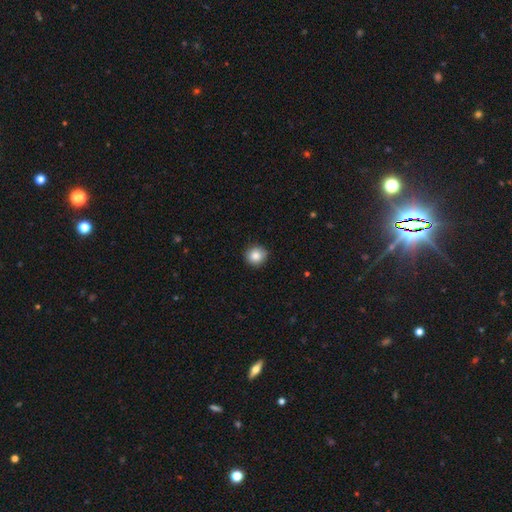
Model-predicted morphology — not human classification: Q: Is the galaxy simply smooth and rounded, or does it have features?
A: smooth — 85%.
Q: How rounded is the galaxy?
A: round — 92%.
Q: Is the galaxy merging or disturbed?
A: none — 90%.